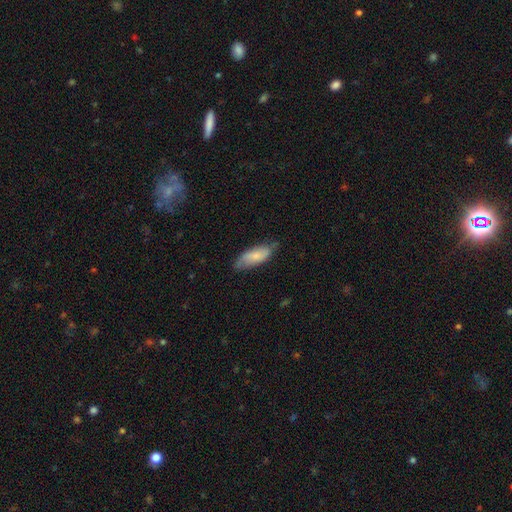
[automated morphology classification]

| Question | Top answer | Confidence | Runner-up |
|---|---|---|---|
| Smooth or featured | smooth | 70% | featured or disk (24%) |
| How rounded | in between | 74% | cigar-shaped (24%) |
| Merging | none | 62% | minor disturbance (30%) |